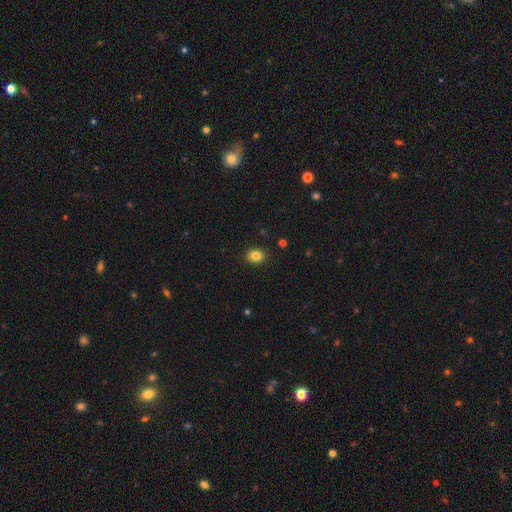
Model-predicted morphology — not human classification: A smooth galaxy with no disk features (83%) that is round (57%).

Vote fractions:
- Smooth or featured? smooth: 83% / star or artifact: 11% / featured or disk: 6%
- How rounded? round: 57% / in between: 42% / cigar-shaped: 1%
- Merging? none: 89% / minor disturbance: 8% / major disturbance: 2% / merger: 1%